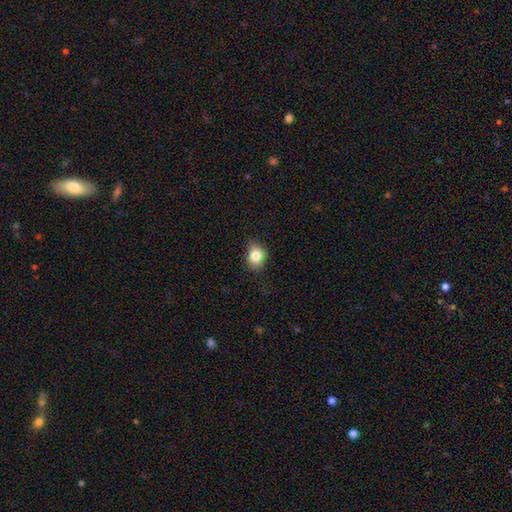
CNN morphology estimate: The model was most divided on "how rounded": round: 54%, in between: 45%, cigar-shaped: 1%. More confident: smooth or featured — smooth (82%); merging — none (77%).